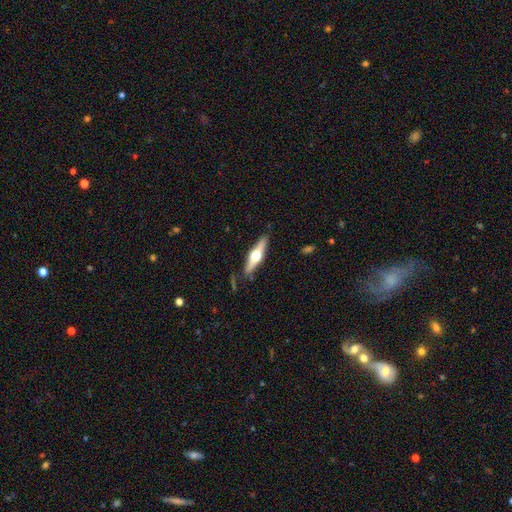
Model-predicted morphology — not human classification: This is likely a featured or disk galaxy (67%). It is clearly viewed edge-on (96%). Edge-on bulge: clearly rounded (95%). Merging: clearly none (86%).